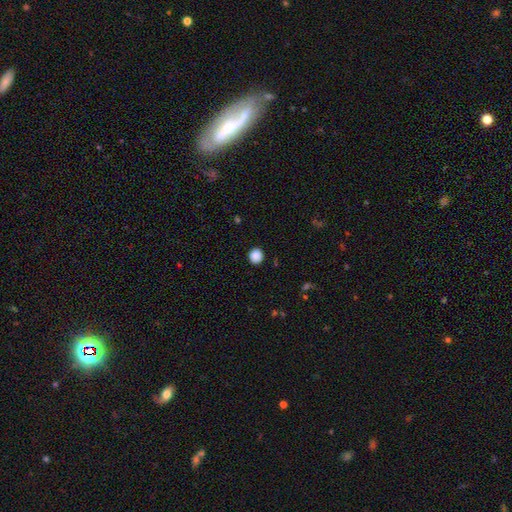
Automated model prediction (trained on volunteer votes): A smooth galaxy with no disk features (88%) that is round (89%).

Vote fractions:
- Smooth or featured? smooth: 88% / star or artifact: 9% / featured or disk: 3%
- How rounded? round: 89% / in between: 10% / cigar-shaped: 1%
- Merging? none: 90% / minor disturbance: 7% / major disturbance: 2% / merger: 1%